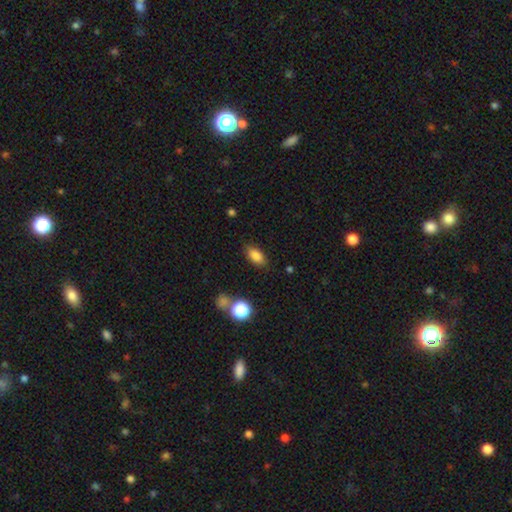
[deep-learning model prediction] Overall: smooth (83%). How rounded: in between (87%). Merging: none (84%).